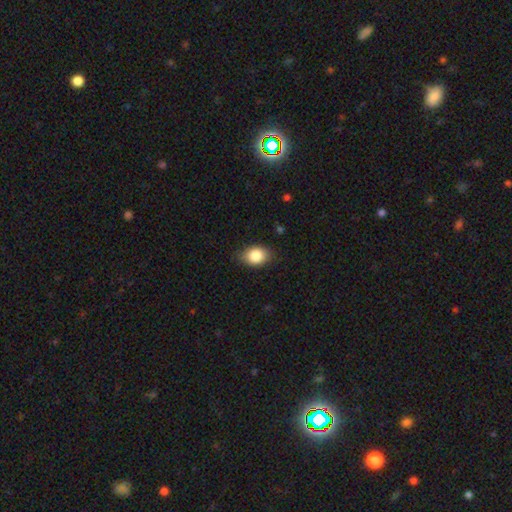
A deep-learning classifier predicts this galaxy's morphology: smooth_or_featured: smooth (p=0.85) [alt: star or artifact p=0.08]
how_rounded: in between (p=0.71) [alt: round p=0.28]
merging: none (p=0.80) [alt: minor disturbance p=0.16]